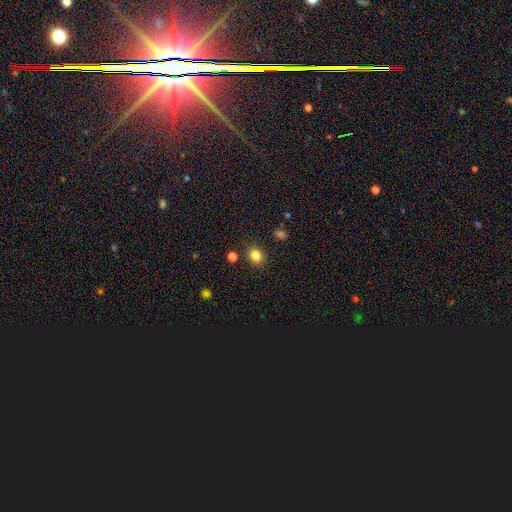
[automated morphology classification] This is clearly a smooth galaxy (83%). How rounded: possibly round (53%). Merging: clearly none (84%).